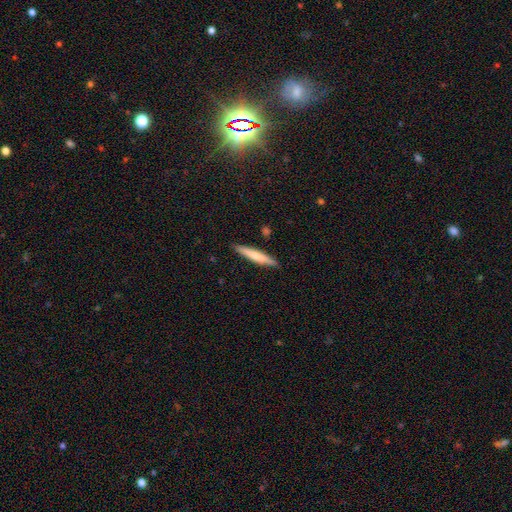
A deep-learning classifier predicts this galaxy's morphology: Smooth or featured: smooth — 69% (featured or disk — 26%)
How rounded: cigar-shaped — 93% (in between — 6%)
Merging: none — 89% (minor disturbance — 8%)